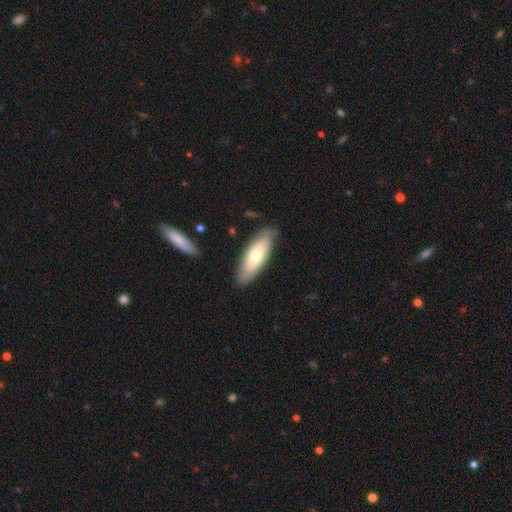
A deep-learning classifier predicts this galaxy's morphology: This appears to be a smooth galaxy with no disk features (64%) that is in between round and cigar-shaped (57%). Merging: none (84%).